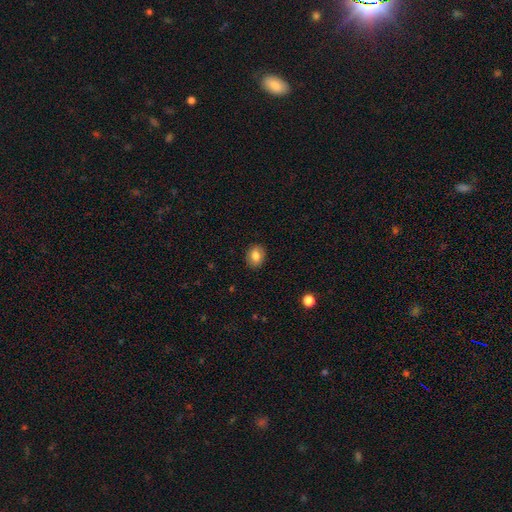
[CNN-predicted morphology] smooth-or-featured: smooth: 79% | featured or disk: 12% | star or artifact: 9%
  how-rounded: round: 50% | in between: 49% | cigar-shaped: 1%
  merging: none: 89% | minor disturbance: 8% | major disturbance: 2% | merger: 1%